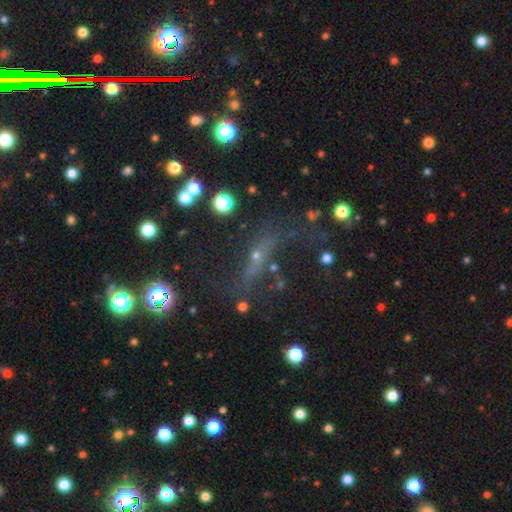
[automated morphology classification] The model was most divided on "smooth or featured": featured or disk: 39%, smooth: 35%, star or artifact: 26%. More confident: merging — none (52%).